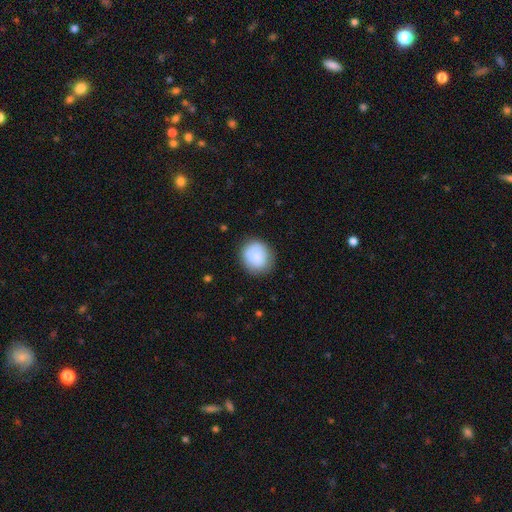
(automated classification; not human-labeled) The model was most divided on "how rounded": round: 81%, in between: 18%, cigar-shaped: 1%. More confident: smooth or featured — smooth (86%); merging — none (81%).